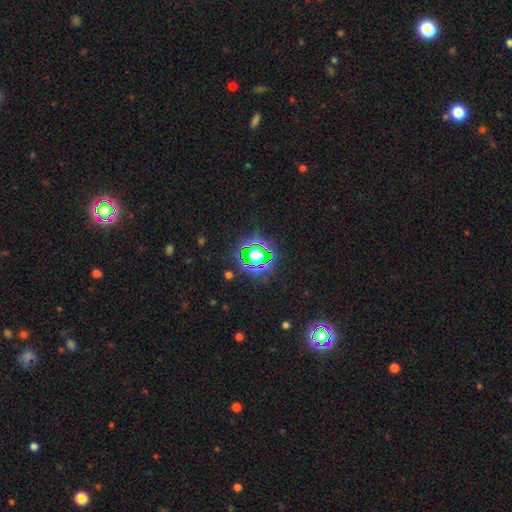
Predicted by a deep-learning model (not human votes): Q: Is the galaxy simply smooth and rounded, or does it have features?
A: star or artifact — 56%.